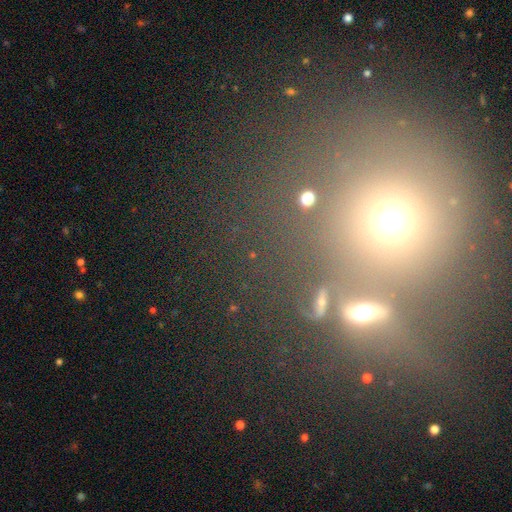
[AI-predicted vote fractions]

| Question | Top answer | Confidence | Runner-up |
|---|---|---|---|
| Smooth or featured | star or artifact | 45% | smooth (44%) |